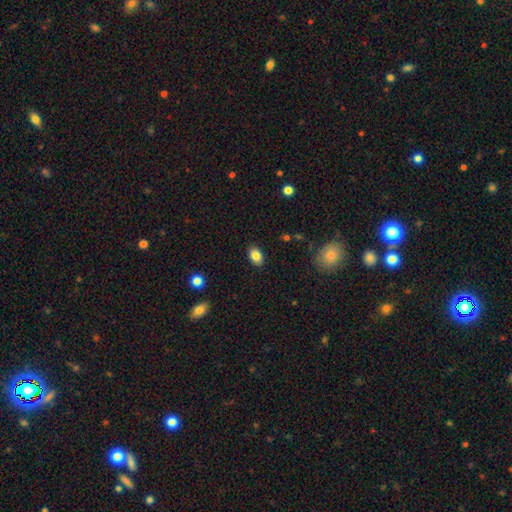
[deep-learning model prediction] Morphology: type=smooth (85%); roundness=in between (85%); merging=none (88%).